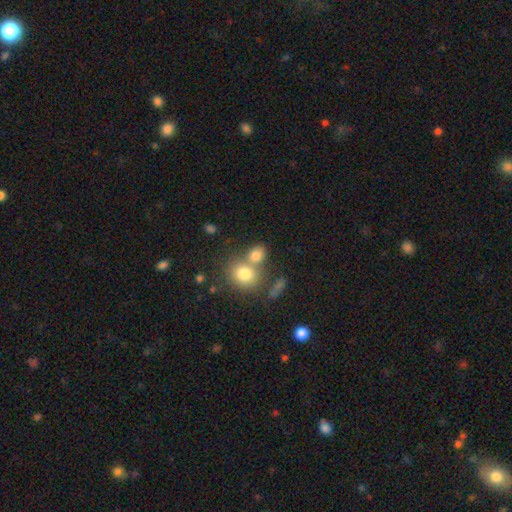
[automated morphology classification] Overall: smooth (78%). How rounded: round (60%; in between 39%). Merging: merger (45%; none 41%).